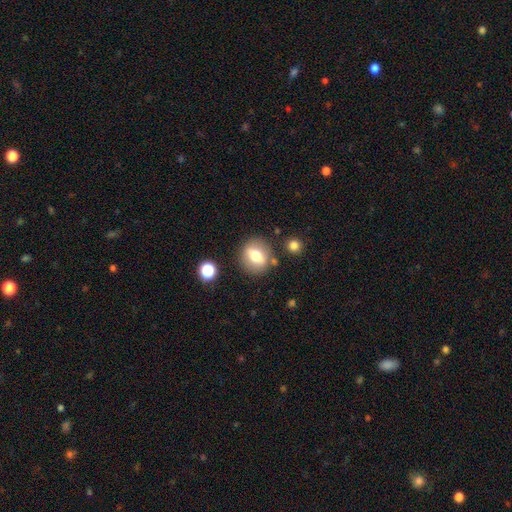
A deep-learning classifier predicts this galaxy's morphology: This appears to be a smooth galaxy with no disk features (61%) that is round (69%). Merging: none (81%).